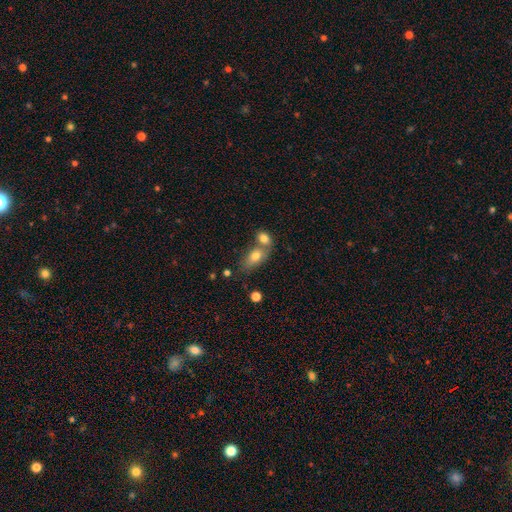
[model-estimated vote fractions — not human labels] smooth_or_featured: smooth (p=0.76) [alt: featured or disk p=0.16]
how_rounded: in between (p=0.84) [alt: round p=0.11]
merging: merger (p=0.50) [alt: none p=0.35]